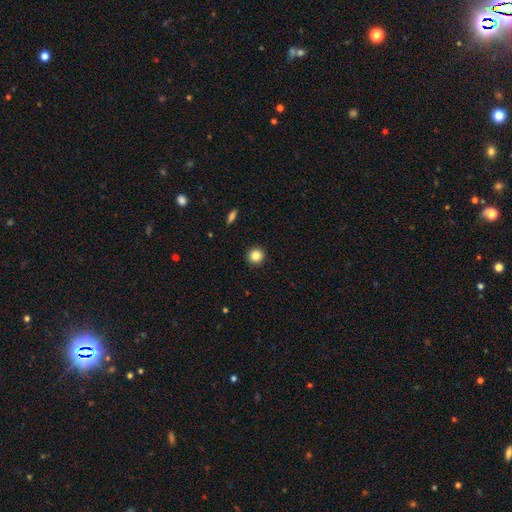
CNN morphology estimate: Q: Smooth or featured?
A: smooth (85%); runner-up: star or artifact (10%)
Q: How rounded?
A: round (94%); runner-up: in between (5%)
Q: Merging?
A: none (93%); runner-up: minor disturbance (5%)